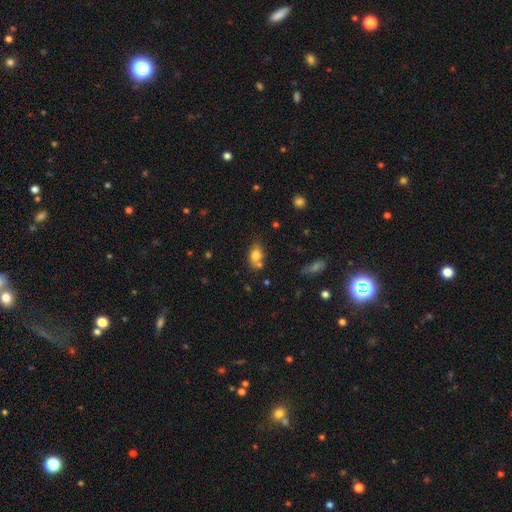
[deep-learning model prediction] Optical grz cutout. It shows a smooth galaxy with no disk features (76%) that is in between round and cigar-shaped (77%). Merging: none (59%).